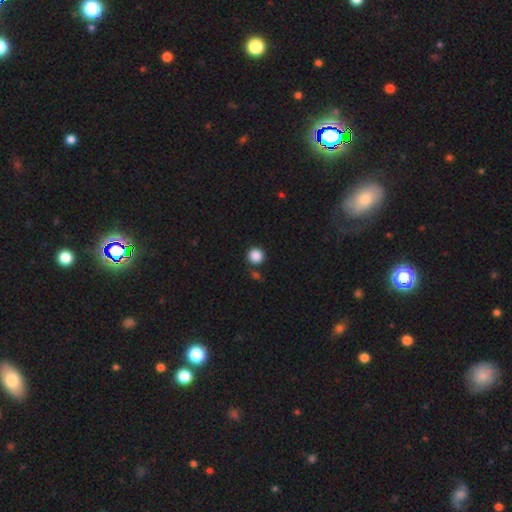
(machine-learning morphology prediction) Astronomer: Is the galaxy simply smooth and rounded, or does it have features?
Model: smooth — 87%.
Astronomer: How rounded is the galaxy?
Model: round — 94%.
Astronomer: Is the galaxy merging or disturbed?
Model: none — 83%.